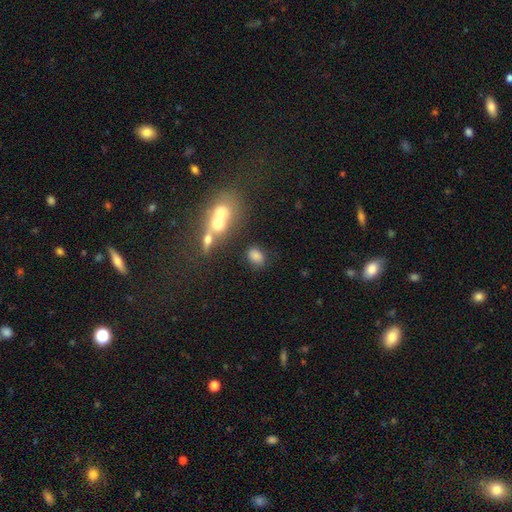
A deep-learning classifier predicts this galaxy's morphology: Overall: smooth (78%). How rounded: in between (72%). Merging: none (70%).